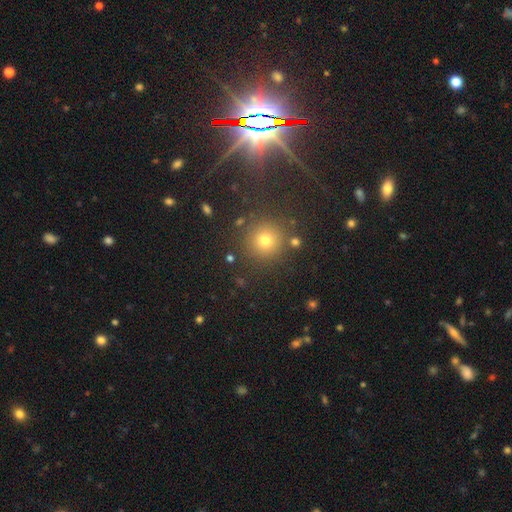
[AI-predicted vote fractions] Smooth or featured?
  - star or artifact: 56% *
  - smooth: 30%
  - featured or disk: 14%